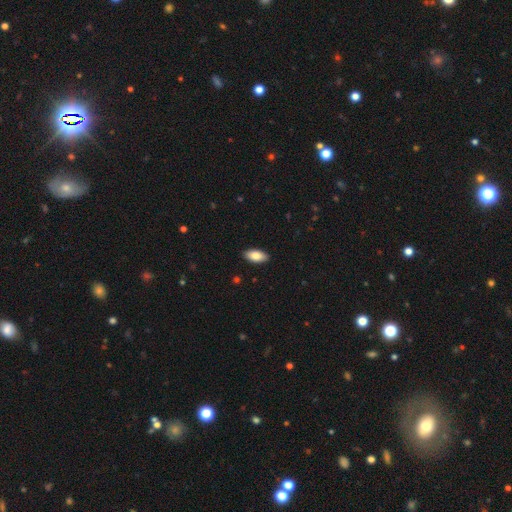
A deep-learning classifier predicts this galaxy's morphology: Overall: smooth (83%). How rounded: in between (92%). Merging: none (90%).